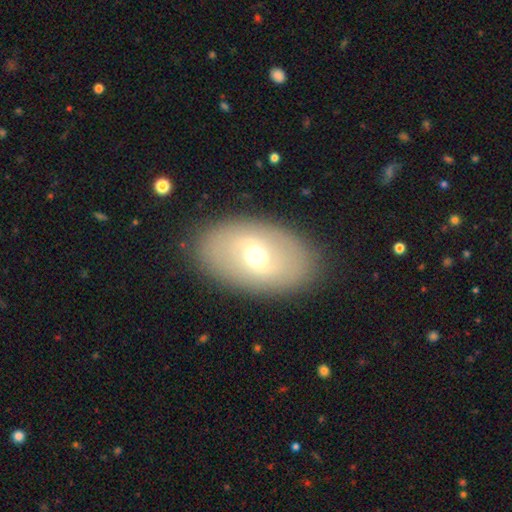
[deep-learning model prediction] Overall: featured or disk (51%; smooth 41%). Edge-on disk: no (89%). Merging: none (85%).